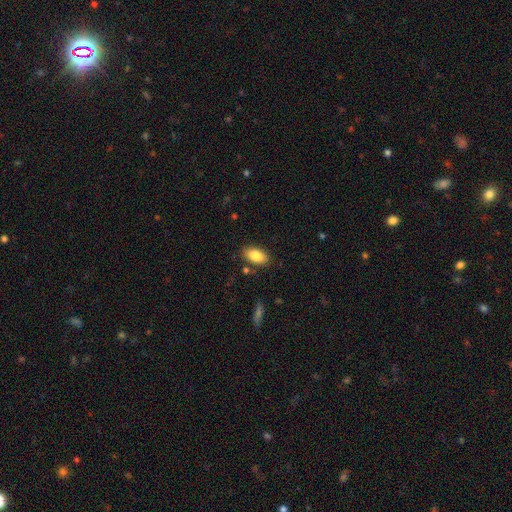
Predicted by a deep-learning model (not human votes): Smooth or featured? smooth (86%)
How rounded? in between (92%)
Merging? none (84%)